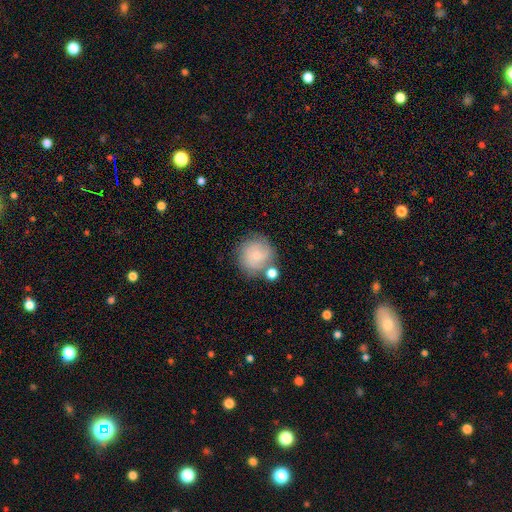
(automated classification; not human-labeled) smooth_or_featured: smooth (p=0.55) [alt: featured or disk p=0.36]
how_rounded: round (p=0.91) [alt: in between p=0.08]
merging: none (p=0.63) [alt: minor disturbance p=0.17]